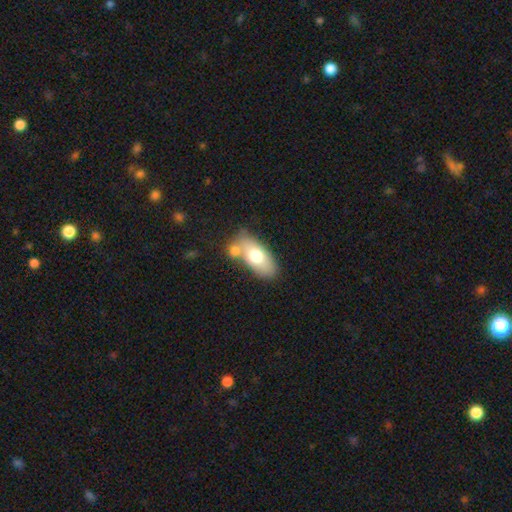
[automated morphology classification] The model was most divided on "merging": none: 54%, merger: 26%, minor disturbance: 15%, major disturbance: 5%. More confident: how rounded — in between (88%); smooth or featured — smooth (70%).